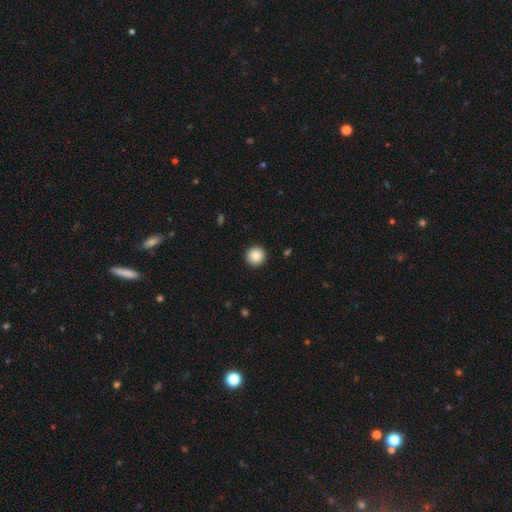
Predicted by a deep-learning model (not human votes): Smooth or featured? smooth (88%)
How rounded? round (96%)
Merging? none (93%)